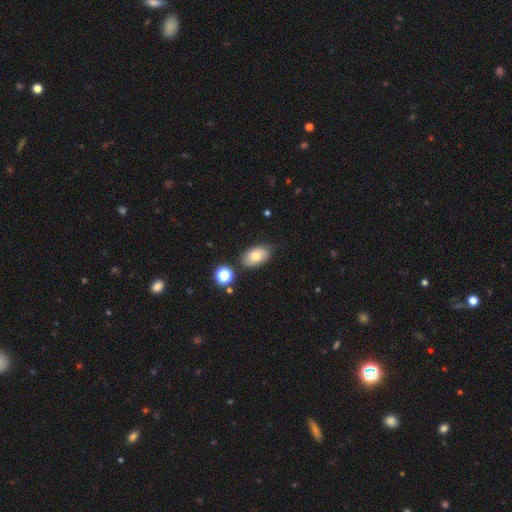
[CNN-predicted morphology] A smooth galaxy with no disk features (77%) that is in between round and cigar-shaped (91%). Merging: none (80%).